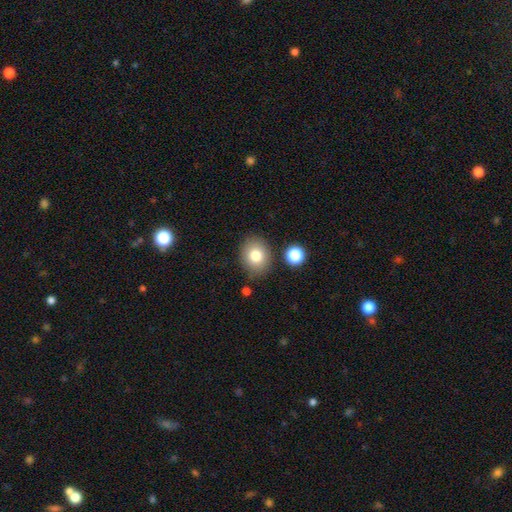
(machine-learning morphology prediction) Overall: smooth (79%). How rounded: round (51%; in between 48%). Merging: none (82%).